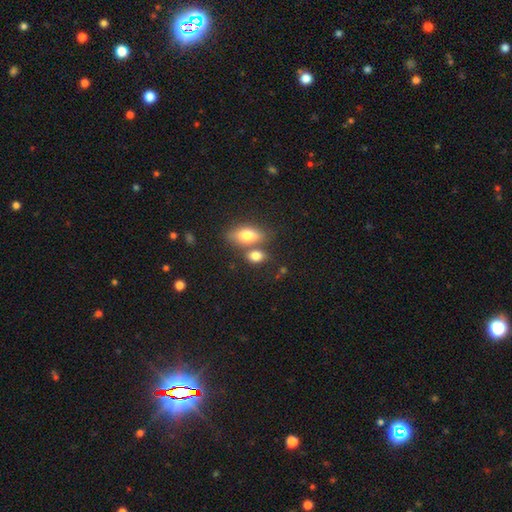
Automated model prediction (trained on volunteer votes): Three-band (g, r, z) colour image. It shows a smooth galaxy with no disk features (81%) that is in between round and cigar-shaped (77%). Merging: none (47%).